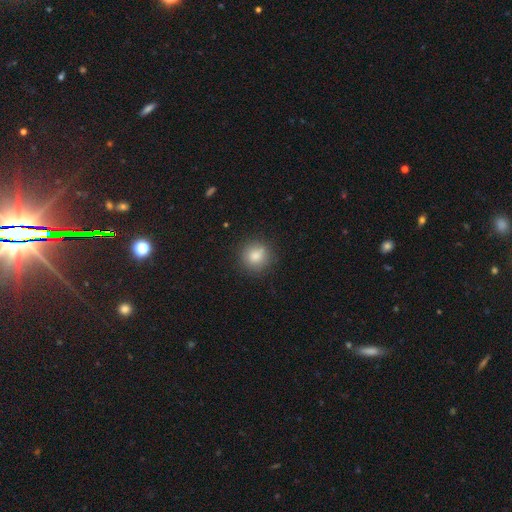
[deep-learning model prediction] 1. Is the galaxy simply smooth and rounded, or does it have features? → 83% smooth, 10% star or artifact, 7% featured or disk.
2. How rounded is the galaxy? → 90% round, 9% in between, 1% cigar-shaped.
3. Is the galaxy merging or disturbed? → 83% none, 11% minor disturbance, 3% major disturbance, 3% merger.